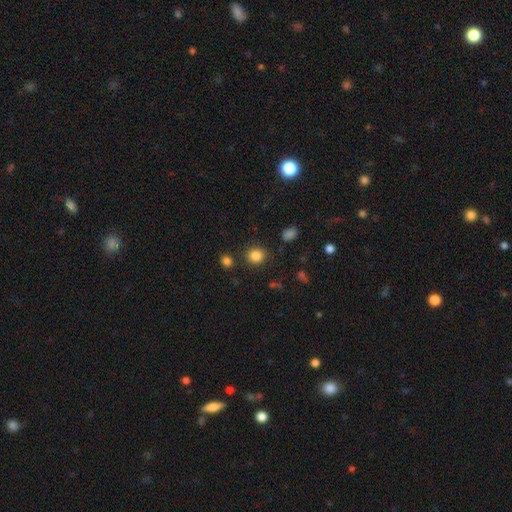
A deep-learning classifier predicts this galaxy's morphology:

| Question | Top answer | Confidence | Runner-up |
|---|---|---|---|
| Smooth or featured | smooth | 84% | star or artifact (11%) |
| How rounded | round | 83% | in between (16%) |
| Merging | none | 86% | minor disturbance (8%) |